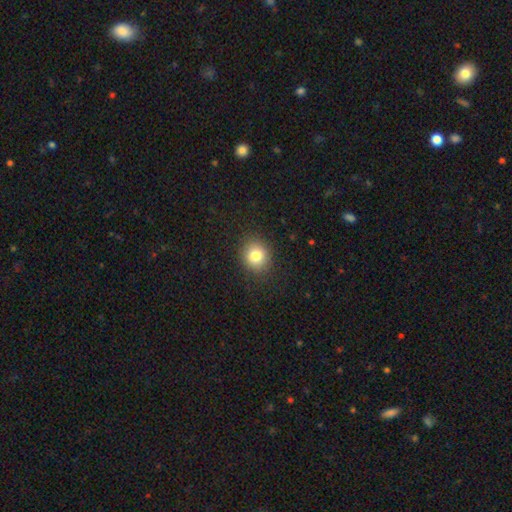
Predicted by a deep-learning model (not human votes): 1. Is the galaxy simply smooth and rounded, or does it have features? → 81% smooth, 11% star or artifact, 7% featured or disk.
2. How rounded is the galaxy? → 81% round, 18% in between, 1% cigar-shaped.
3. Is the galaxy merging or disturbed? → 89% none, 8% minor disturbance, 3% major disturbance, 1% merger.